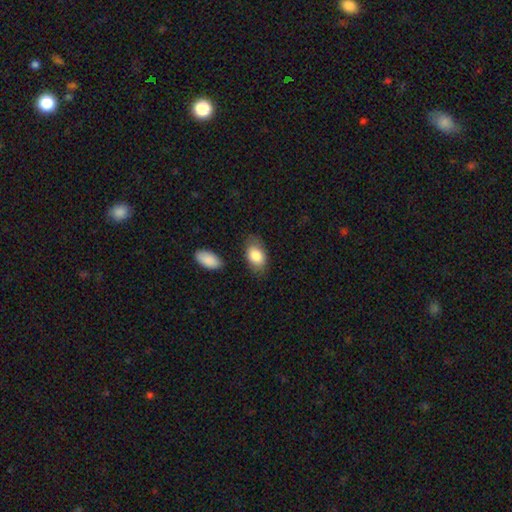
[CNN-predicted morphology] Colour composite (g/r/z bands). It shows a smooth galaxy with no disk features (84%) that is in between round and cigar-shaped (90%). Merging: none (76%).